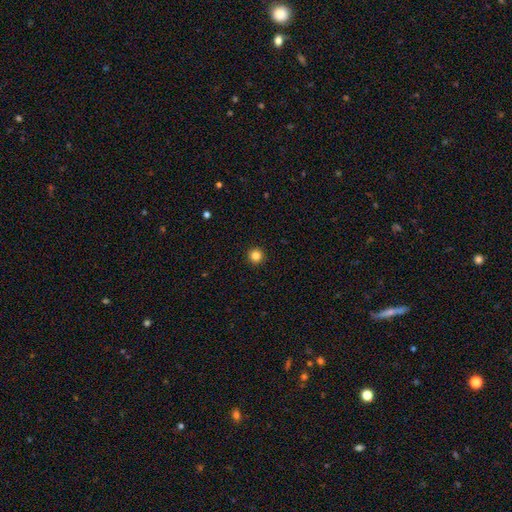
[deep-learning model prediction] smooth 84%, star or artifact 12%, featured or disk 4%. Down the decision tree: how rounded — round (96%); merging — none (94%).